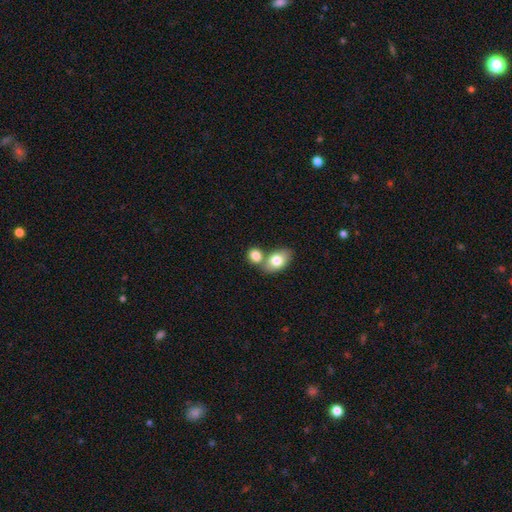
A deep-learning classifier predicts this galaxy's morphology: Smooth or featured?
  - smooth: 81% *
  - featured or disk: 11%
  - star or artifact: 8%
How rounded?
  - in between: 59% *
  - round: 39%
  - cigar-shaped: 2%
Merging?
  - merger: 46% *
  - none: 43%
  - minor disturbance: 9%
  - major disturbance: 3%